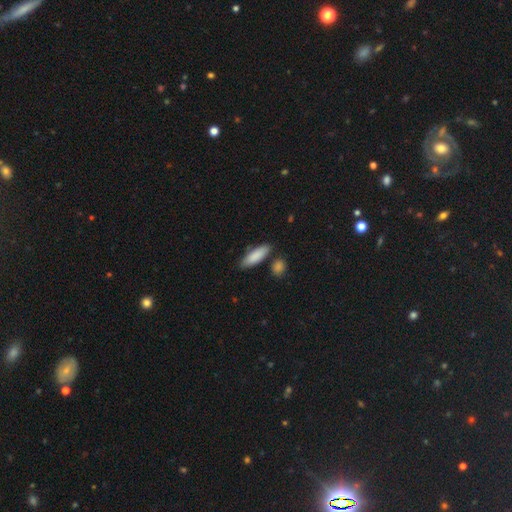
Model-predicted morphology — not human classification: Overall: smooth (87%). How rounded: in between (58%; cigar-shaped 40%). Merging: none (79%).